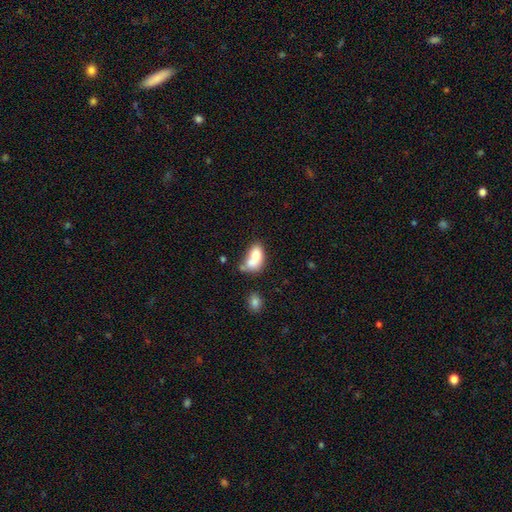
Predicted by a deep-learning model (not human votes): Smooth or featured? smooth (71%)
How rounded? in between (83%)
Merging? merger (56%)